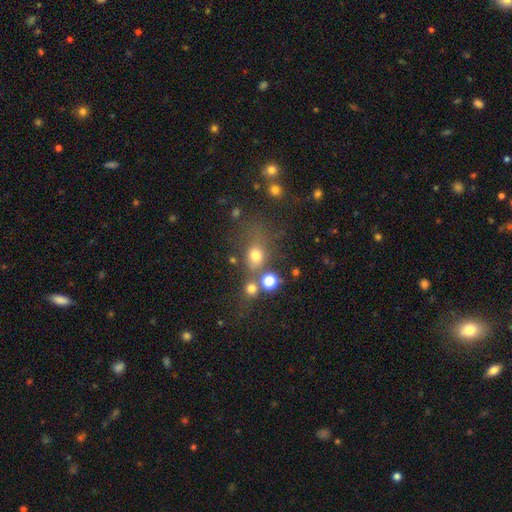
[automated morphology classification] smooth_or_featured: smooth (p=0.69) [alt: star or artifact p=0.19]
how_rounded: round (p=0.57) [alt: in between p=0.40]
merging: none (p=0.52) [alt: merger p=0.19]